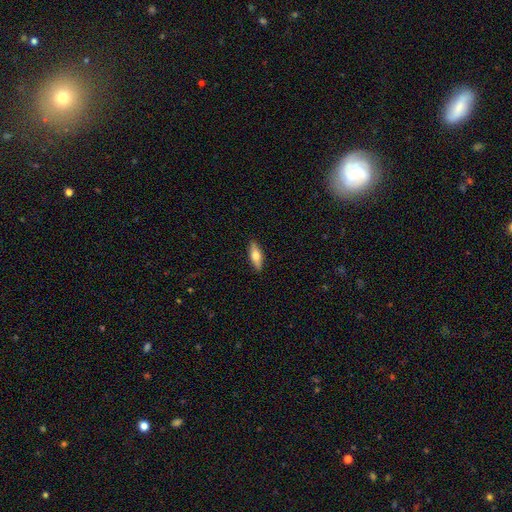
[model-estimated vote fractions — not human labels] Smooth or featured?
  - smooth: 60% *
  - featured or disk: 34%
  - star or artifact: 6%
How rounded?
  - in between: 58% *
  - cigar-shaped: 39%
  - round: 3%
Merging?
  - none: 89% *
  - minor disturbance: 8%
  - major disturbance: 2%
  - merger: 1%